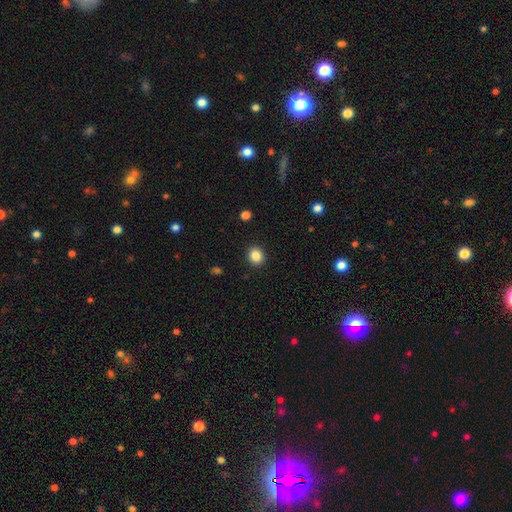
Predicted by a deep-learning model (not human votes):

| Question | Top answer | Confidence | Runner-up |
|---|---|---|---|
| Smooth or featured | smooth | 86% | star or artifact (10%) |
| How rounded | round | 72% | in between (27%) |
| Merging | none | 91% | minor disturbance (6%) |